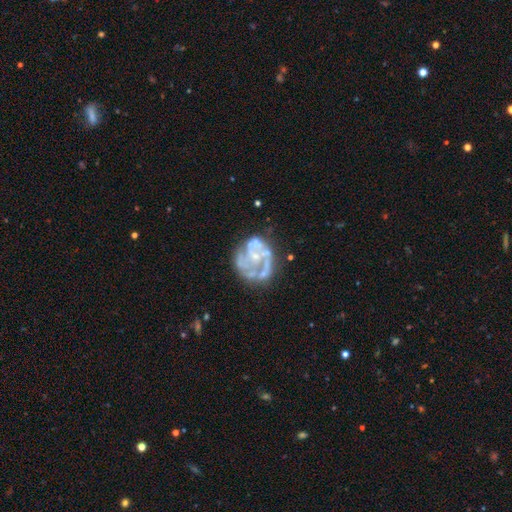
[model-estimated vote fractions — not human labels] Q: Smooth or featured?
A: featured or disk (82%); runner-up: smooth (11%)
Q: Edge-on disk?
A: no (98%); runner-up: yes (2%)
Q: Bar?
A: no (77%); runner-up: weak (18%)
Q: Spiral arms?
A: yes (67%); runner-up: no (33%)
Q: Spiral winding?
A: tight (44%); runner-up: medium (40%)
Q: Spiral arm count?
A: can't tell (34%); runner-up: 3 (28%)
Q: Bulge size?
A: small (56%); runner-up: moderate (21%)
Q: Merging?
A: none (55%); runner-up: minor disturbance (20%)